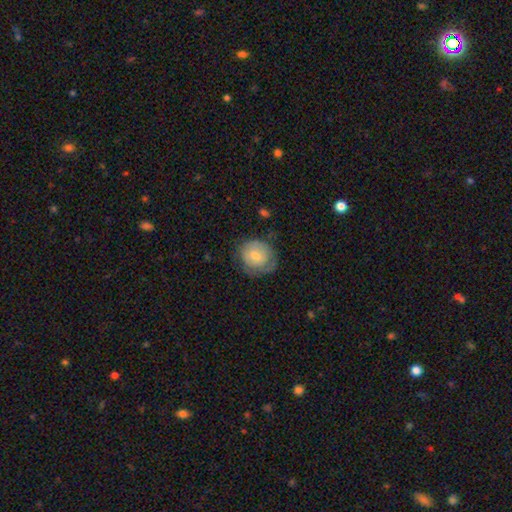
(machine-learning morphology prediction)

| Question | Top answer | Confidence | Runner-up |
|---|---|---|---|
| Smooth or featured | smooth | 63% | featured or disk (30%) |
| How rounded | round | 77% | in between (22%) |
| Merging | none | 62% | minor disturbance (25%) |